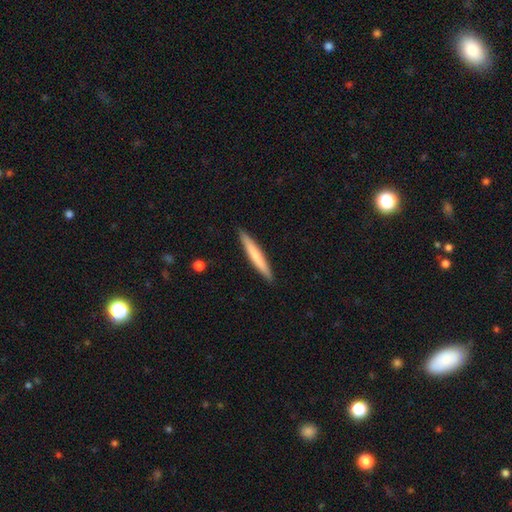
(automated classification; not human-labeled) This appears to be a smooth galaxy with no disk features (63%) that is cigar-shaped (95%). Merging: none (92%).